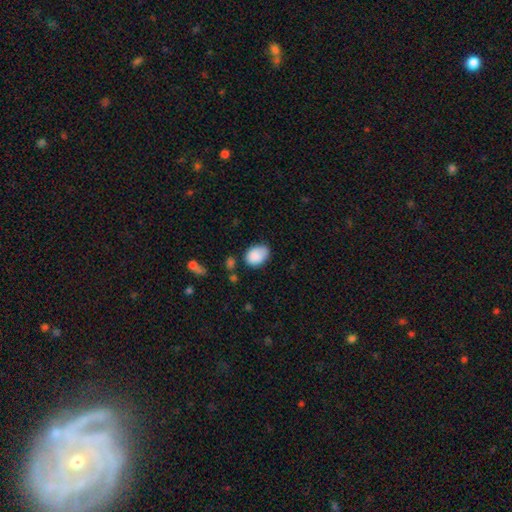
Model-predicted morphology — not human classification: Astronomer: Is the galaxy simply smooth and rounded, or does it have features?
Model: smooth — 86%.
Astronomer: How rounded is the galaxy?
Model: in between — 76%.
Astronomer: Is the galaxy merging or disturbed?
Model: none — 59%.